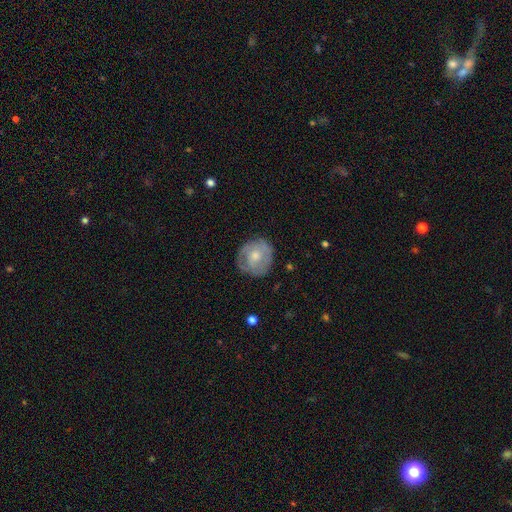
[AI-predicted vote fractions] smooth-or-featured: smooth: 47% | featured or disk: 46% | star or artifact: 7%
  merging: none: 74% | minor disturbance: 18% | major disturbance: 6% | merger: 1%